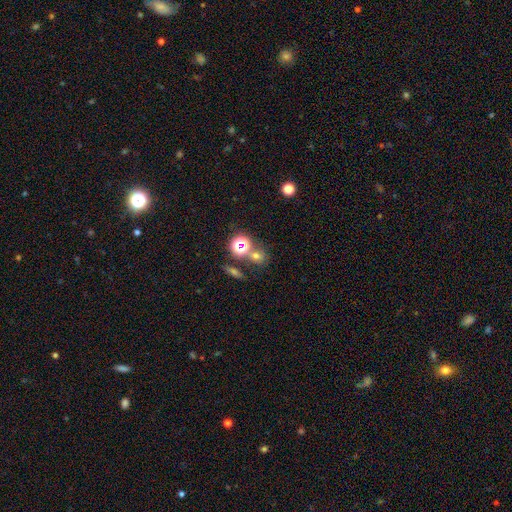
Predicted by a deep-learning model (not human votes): Smooth or featured? smooth (56%)
How rounded? round (72%)
Merging? none (63%)